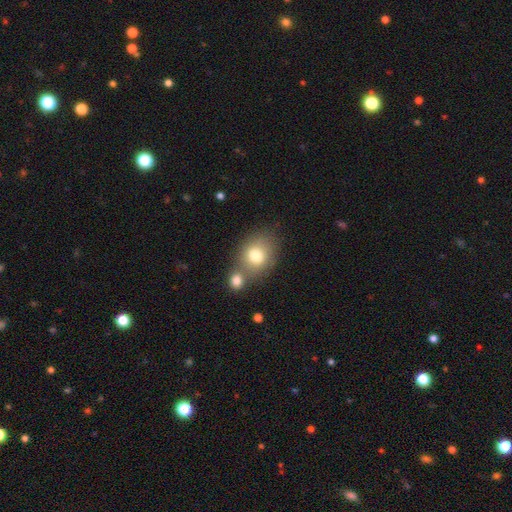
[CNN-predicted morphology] smooth_or_featured: smooth (p=0.78) [alt: featured or disk p=0.13]
how_rounded: round (p=0.54) [alt: in between p=0.44]
merging: none (p=0.49) [alt: merger p=0.35]